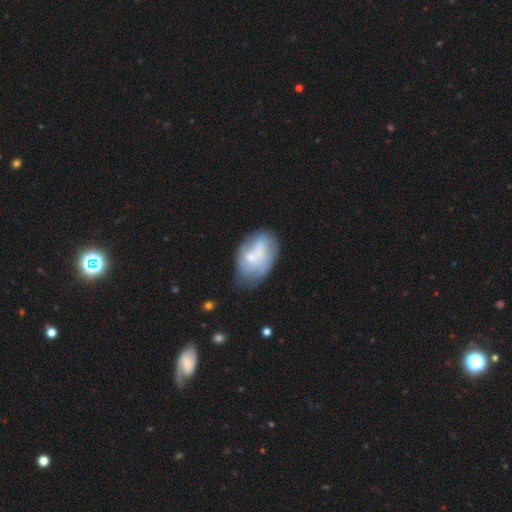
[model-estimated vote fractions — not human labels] The model was most divided on "smooth or featured": smooth: 54%, featured or disk: 39%, star or artifact: 7%. Remaining: how rounded — in between (86%); merging — none (47%).